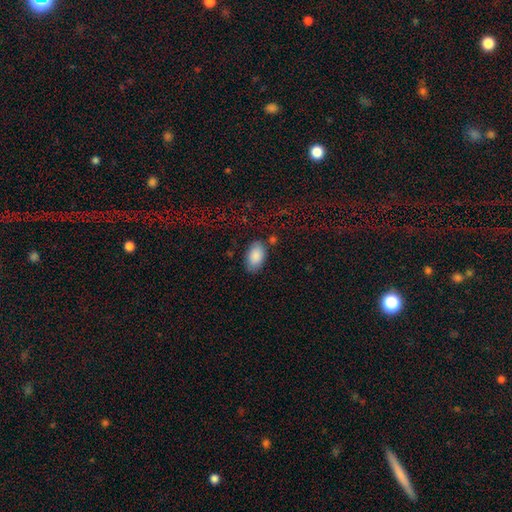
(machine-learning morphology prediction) Smooth or featured: smooth — 89% (star or artifact — 6%)
How rounded: in between — 93% (round — 5%)
Merging: none — 79% (minor disturbance — 14%)